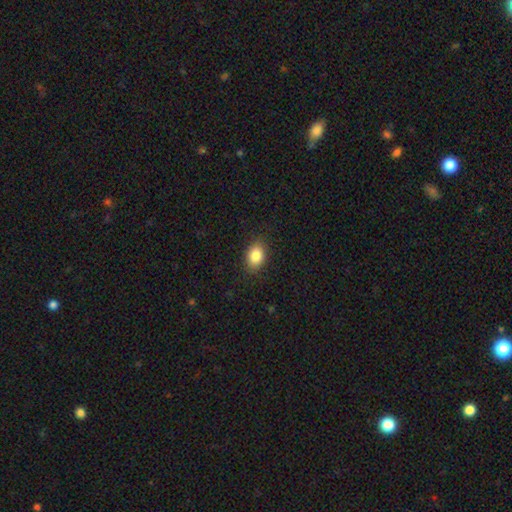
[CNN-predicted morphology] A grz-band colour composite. It shows a smooth galaxy with no disk features (86%) that is in between round and cigar-shaped (79%). Merging: none (87%).